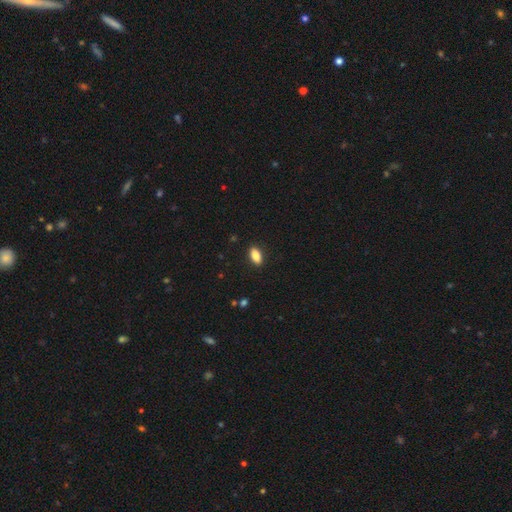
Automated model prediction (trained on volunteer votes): smooth 84%, featured or disk 8%, star or artifact 8%. Down the decision tree: how rounded — in between (87%); merging — none (89%).